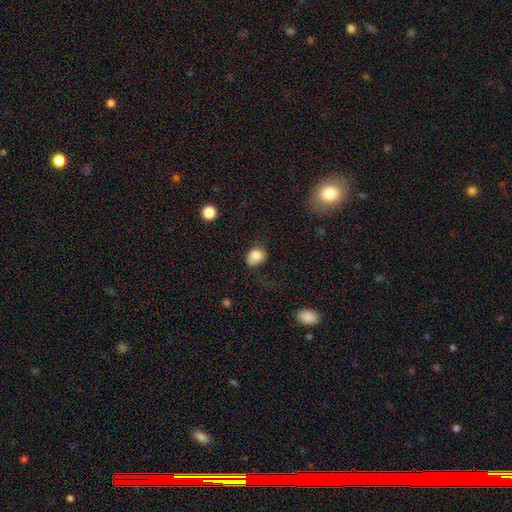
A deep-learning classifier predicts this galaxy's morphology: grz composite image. It shows a smooth galaxy with no disk features (85%) that is round (52%). Merging: none (65%).